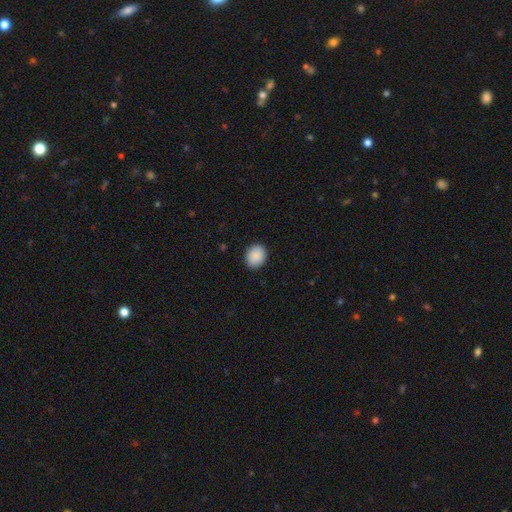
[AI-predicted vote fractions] A smooth galaxy with no disk features (90%) that is round (53%).

Vote fractions:
- Smooth or featured? smooth: 90% / star or artifact: 7% / featured or disk: 3%
- How rounded? round: 53% / in between: 46% / cigar-shaped: 1%
- Merging? none: 88% / minor disturbance: 9% / major disturbance: 2% / merger: 1%